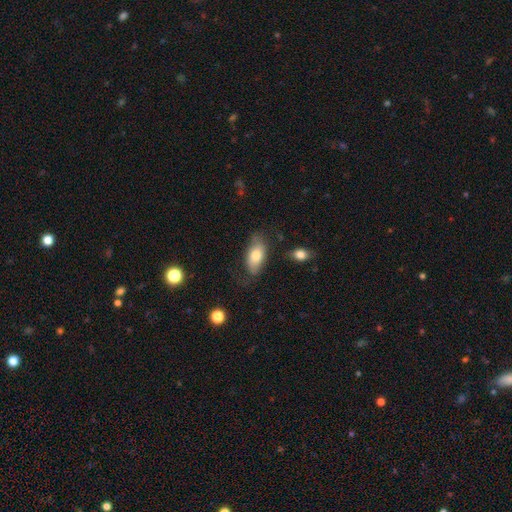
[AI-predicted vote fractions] The model was most divided on "merging": none: 66%, minor disturbance: 23%, major disturbance: 8%, merger: 3%. More confident: how rounded — in between (91%); smooth or featured — smooth (76%).